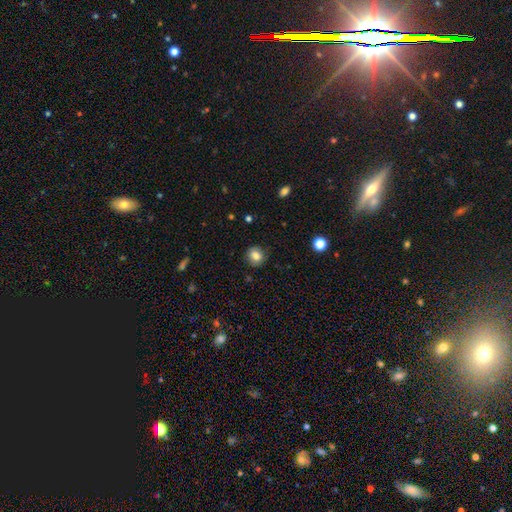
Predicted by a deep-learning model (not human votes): Morphology: type=smooth (81%); roundness=round (84%); merging=none (86%).